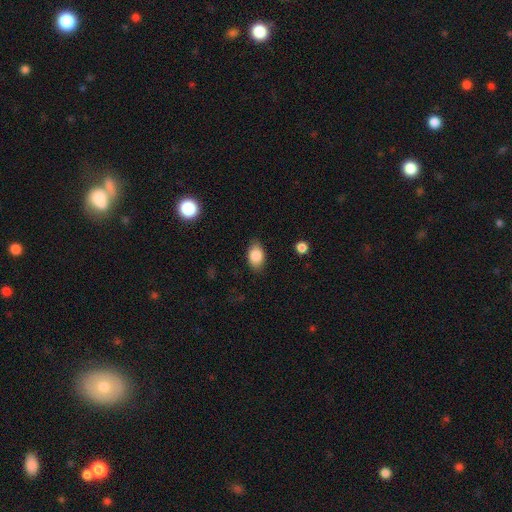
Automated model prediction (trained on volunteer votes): The model was most divided on "merging": none: 82%, minor disturbance: 13%, major disturbance: 3%, merger: 1%. More confident: how rounded — in between (87%); smooth or featured — smooth (86%).